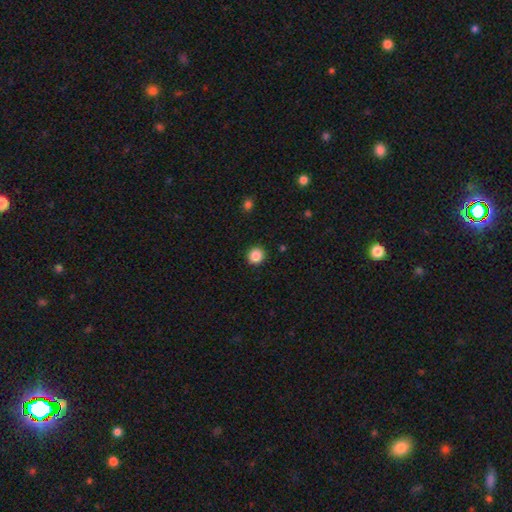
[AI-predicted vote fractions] Q: Smooth or featured?
A: smooth (88%); runner-up: star or artifact (9%)
Q: How rounded?
A: round (92%); runner-up: in between (7%)
Q: Merging?
A: none (92%); runner-up: minor disturbance (5%)